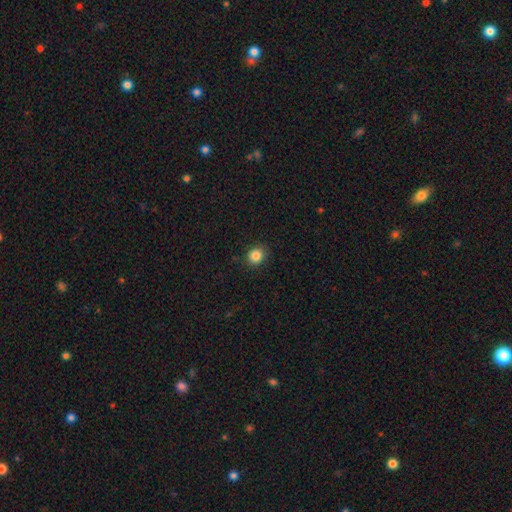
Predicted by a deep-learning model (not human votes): Overall: smooth (85%). How rounded: round (80%). Merging: none (89%).